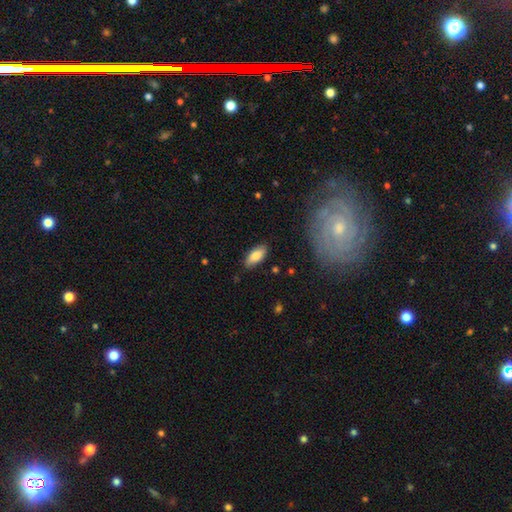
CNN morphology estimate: This appears to be a smooth galaxy with no disk features (83%) that is in between round and cigar-shaped (85%). Merging: none (86%).